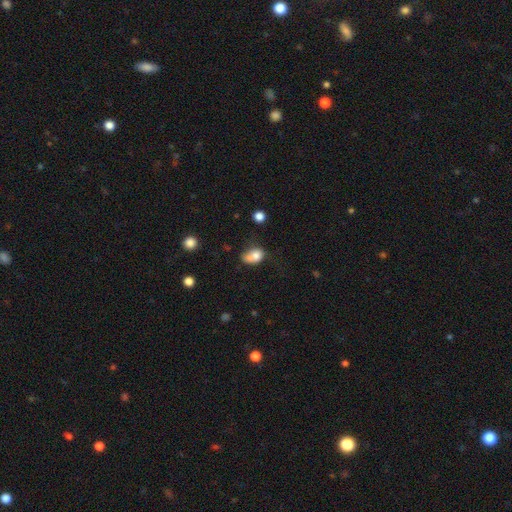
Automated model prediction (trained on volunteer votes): Q: Smooth or featured?
A: smooth (74%); runner-up: featured or disk (16%)
Q: How rounded?
A: in between (73%); runner-up: round (25%)
Q: Merging?
A: minor disturbance (33%); runner-up: none (31%)